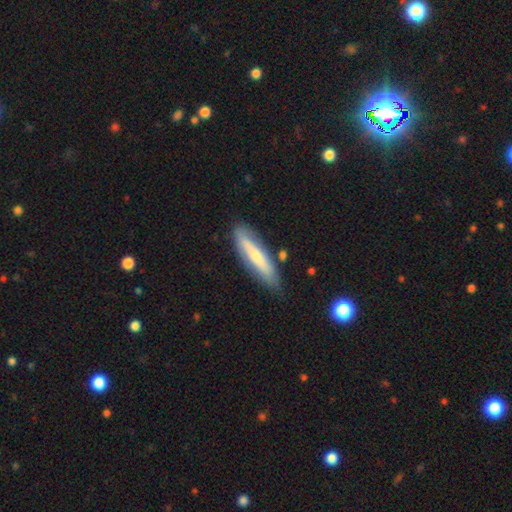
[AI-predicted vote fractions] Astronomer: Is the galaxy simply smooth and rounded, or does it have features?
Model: smooth — 52% (runner-up: featured or disk, 41%).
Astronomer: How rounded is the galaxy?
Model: cigar-shaped — 79%.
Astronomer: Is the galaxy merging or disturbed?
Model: none — 78%.